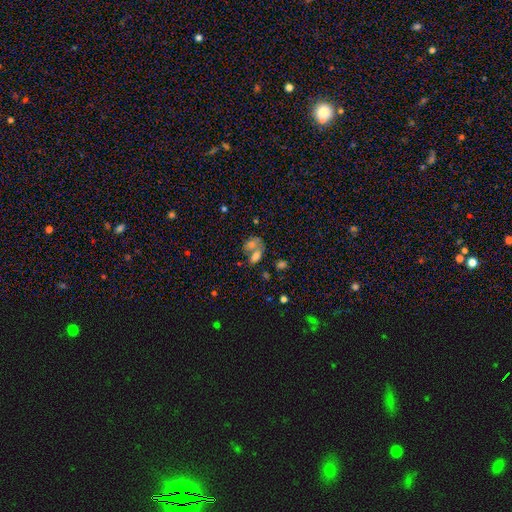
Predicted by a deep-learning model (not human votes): smooth 71%, featured or disk 17%, star or artifact 12%. Down the decision tree: how rounded — in between (79%); merging — merger (61%).